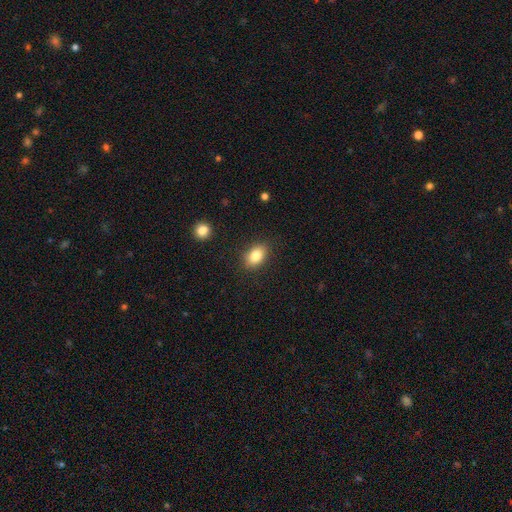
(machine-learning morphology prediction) Smooth or featured: smooth — 84% (star or artifact — 8%)
How rounded: in between — 82% (round — 17%)
Merging: none — 86% (minor disturbance — 10%)